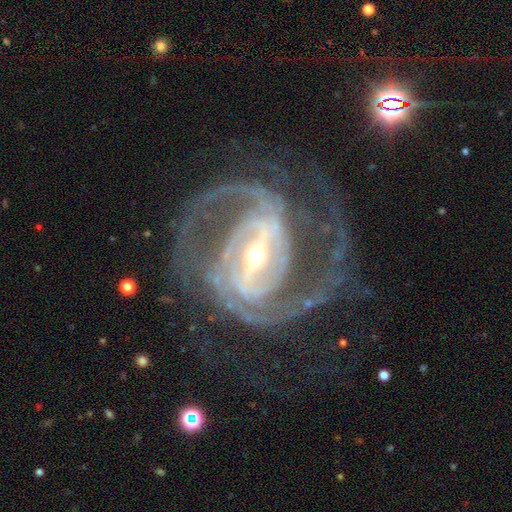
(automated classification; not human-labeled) The model was most divided on "spiral winding": medium: 51%, tight: 37%, loose: 11%. More confident: spiral arms — yes (98%); edge-on disk — no (97%); smooth or featured — featured or disk (93%); bar — strong (68%); merging — none (64%); spiral arm count — 2 (61%); bulge size — small (61%).